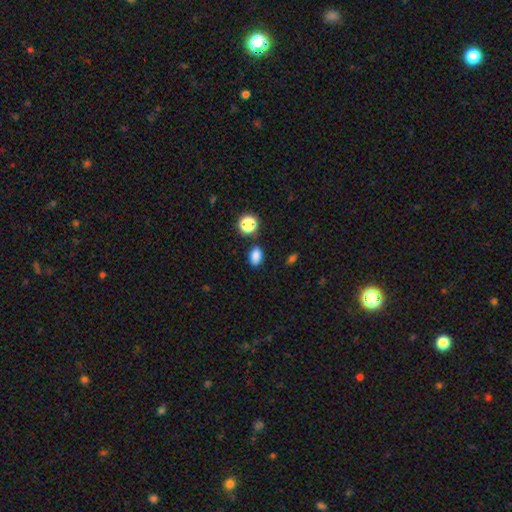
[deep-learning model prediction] A smooth galaxy with no disk features (83%) that is in between round and cigar-shaped (80%).

Vote fractions:
- Smooth or featured? smooth: 83% / star or artifact: 13% / featured or disk: 5%
- How rounded? in between: 80% / round: 18% / cigar-shaped: 2%
- Merging? none: 83% / minor disturbance: 10% / merger: 3% / major disturbance: 3%